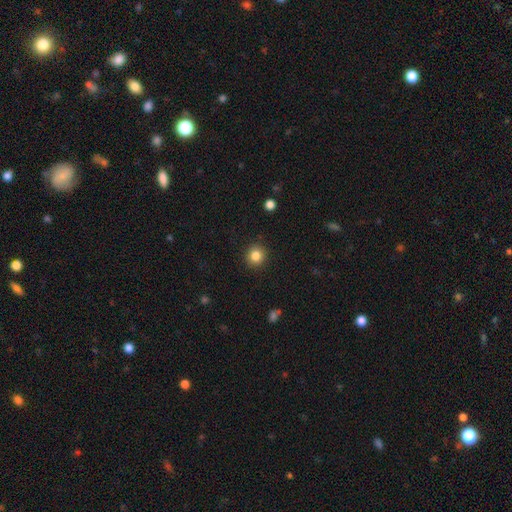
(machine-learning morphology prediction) Smooth or featured?
  - smooth: 84% *
  - star or artifact: 11%
  - featured or disk: 6%
How rounded?
  - round: 90% *
  - in between: 9%
  - cigar-shaped: 1%
Merging?
  - none: 91% *
  - minor disturbance: 6%
  - major disturbance: 2%
  - merger: 1%